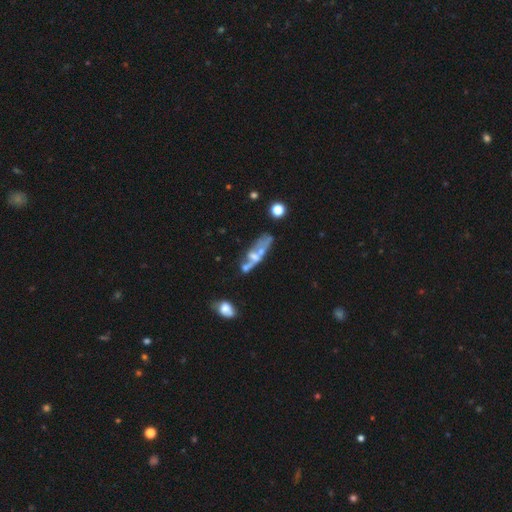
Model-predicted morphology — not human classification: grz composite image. It shows a featured or disk galaxy (55%). Merging: merger (37%).